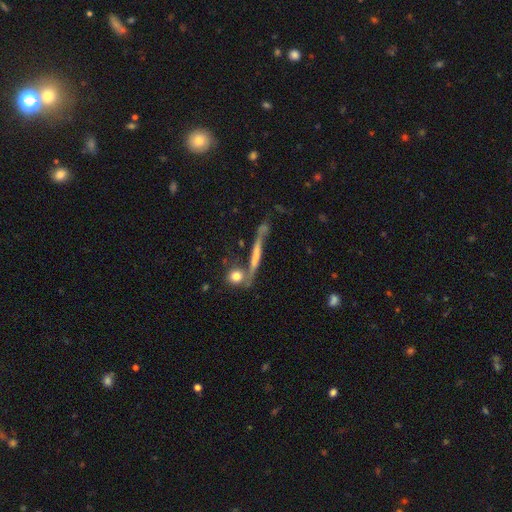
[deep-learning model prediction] Smooth or featured? Predicted: featured or disk (p=0.55). Edge-on disk? Predicted: yes (p=0.78). Merging? Predicted: none (p=0.60).